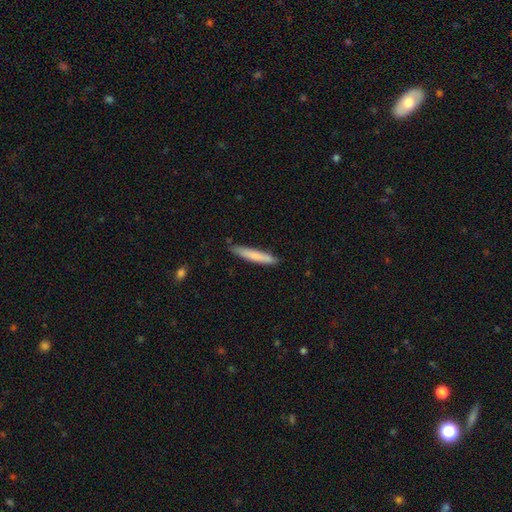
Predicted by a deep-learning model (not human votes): smooth 76%, featured or disk 18%, star or artifact 5%. Down the decision tree: how rounded — cigar-shaped (95%); merging — none (84%).